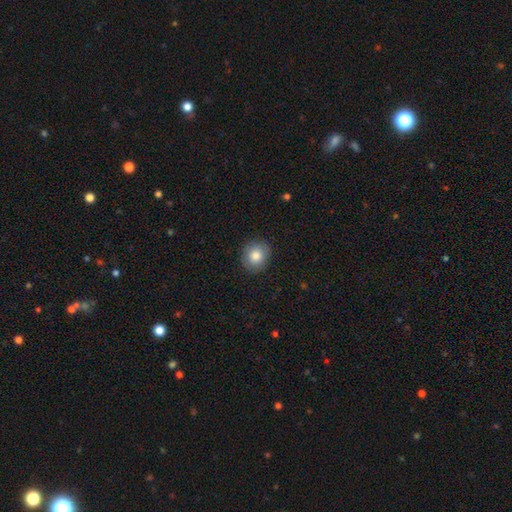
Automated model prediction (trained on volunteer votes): This appears to be a smooth galaxy with no disk features (82%) that is round (82%). Merging: none (88%).